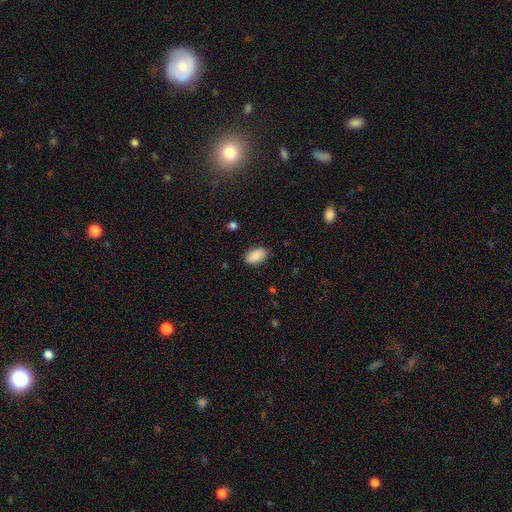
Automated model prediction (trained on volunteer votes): Smooth or featured?
  - smooth: 88% *
  - star or artifact: 7%
  - featured or disk: 5%
How rounded?
  - in between: 93% *
  - round: 5%
  - cigar-shaped: 2%
Merging?
  - none: 87% *
  - minor disturbance: 10%
  - major disturbance: 2%
  - merger: 1%